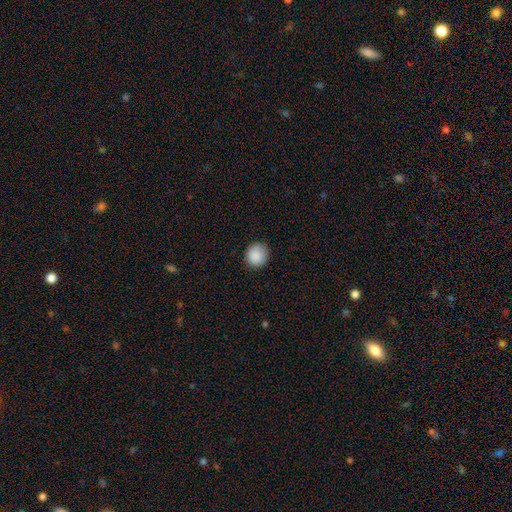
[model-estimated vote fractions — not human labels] Smooth or featured: smooth — 89% (star or artifact — 8%)
How rounded: round — 91% (in between — 8%)
Merging: none — 87% (minor disturbance — 10%)